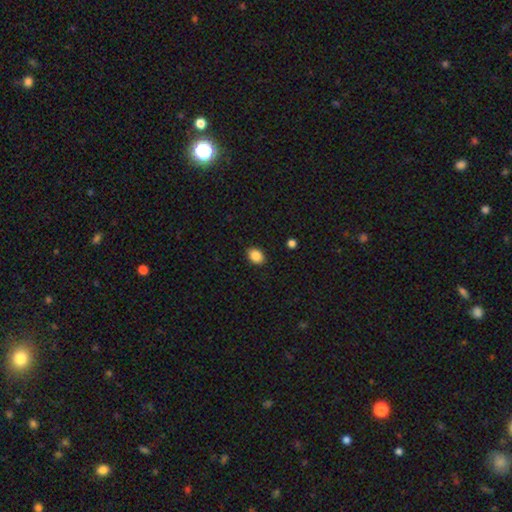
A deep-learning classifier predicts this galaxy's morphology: smooth-or-featured: smooth: 87% | star or artifact: 9% | featured or disk: 5%
  how-rounded: in between: 70% | round: 29% | cigar-shaped: 1%
  merging: none: 89% | minor disturbance: 8% | major disturbance: 2% | merger: 1%